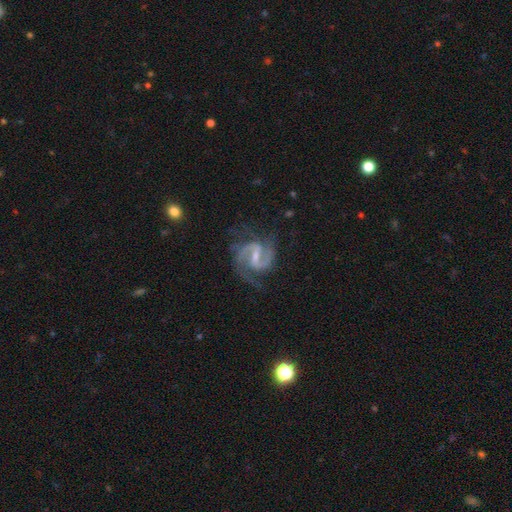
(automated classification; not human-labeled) Smooth or featured?
  - featured or disk: 92% *
  - star or artifact: 5%
  - smooth: 3%
Edge-on disk?
  - no: 98% *
  - yes: 2%
Bar?
  - weak: 51% *
  - strong: 34%
  - no: 14%
Spiral arms?
  - yes: 98% *
  - no: 2%
Spiral winding?
  - medium: 60% *
  - tight: 23%
  - loose: 17%
Spiral arm count?
  - 2: 89% *
  - 3: 4%
  - can't tell: 3%
  - 1: 2%
  - 4: 1%
  - more than 4: 1%
Bulge size?
  - small: 58% *
  - moderate: 31%
  - none: 8%
  - large: 1%
  - dominant: 1%
Merging?
  - none: 72% *
  - minor disturbance: 17%
  - major disturbance: 9%
  - merger: 2%